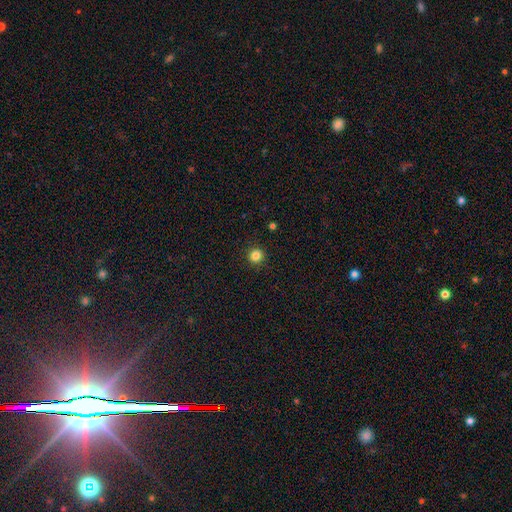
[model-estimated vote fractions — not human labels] This appears to be a smooth galaxy with no disk features (84%) that is round (95%). Merging: none (92%).